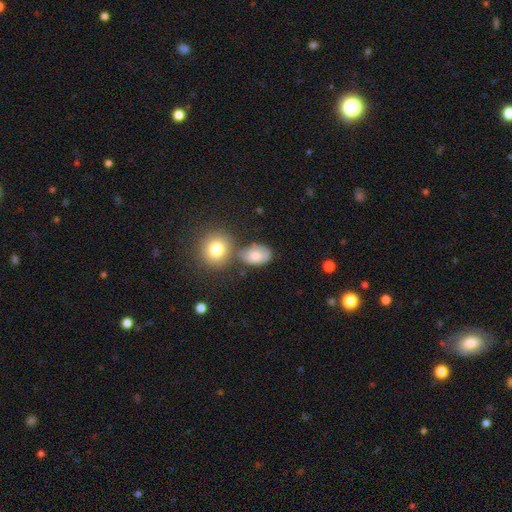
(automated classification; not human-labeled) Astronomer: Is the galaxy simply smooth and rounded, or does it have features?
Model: smooth — 73%.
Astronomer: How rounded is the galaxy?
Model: in between — 76%.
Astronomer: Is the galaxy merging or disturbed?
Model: none — 53%.